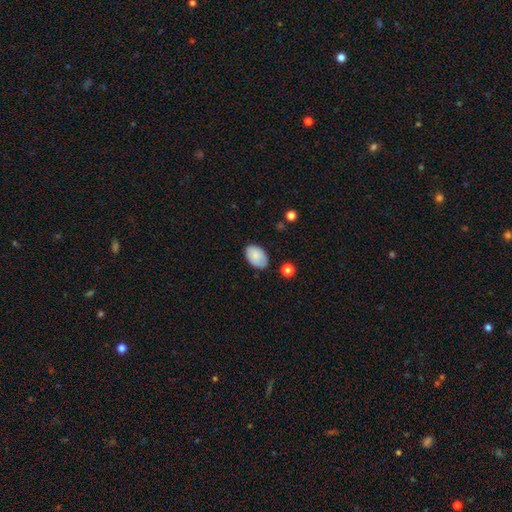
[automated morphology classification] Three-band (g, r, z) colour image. It shows a smooth galaxy with no disk features (85%) that is in between round and cigar-shaped (90%). Merging: none (81%).